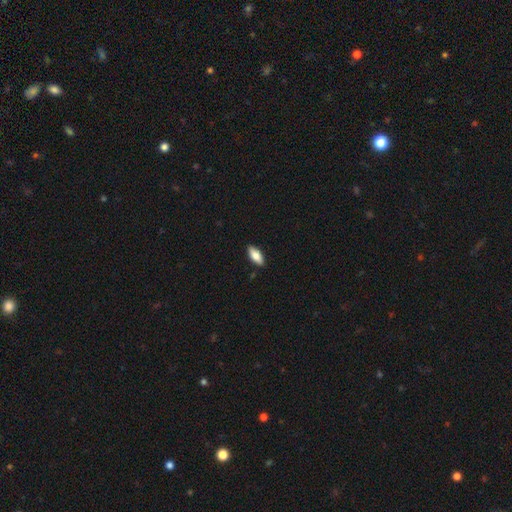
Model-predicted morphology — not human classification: Smooth or featured?
  - smooth: 81% *
  - featured or disk: 13%
  - star or artifact: 6%
How rounded?
  - in between: 81% *
  - cigar-shaped: 17%
  - round: 2%
Merging?
  - none: 89% *
  - minor disturbance: 8%
  - major disturbance: 2%
  - merger: 1%